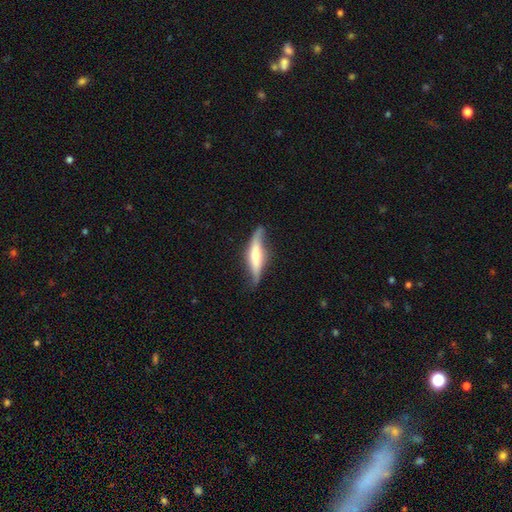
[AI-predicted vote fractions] A featured or disk galaxy (57%) viewed edge-on (77%). Merging: none (64%).